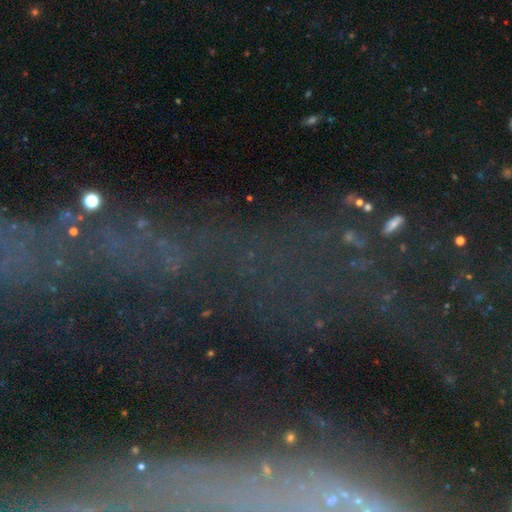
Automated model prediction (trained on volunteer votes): smooth_or_featured: star or artifact (p=0.57) [alt: featured or disk p=0.25]